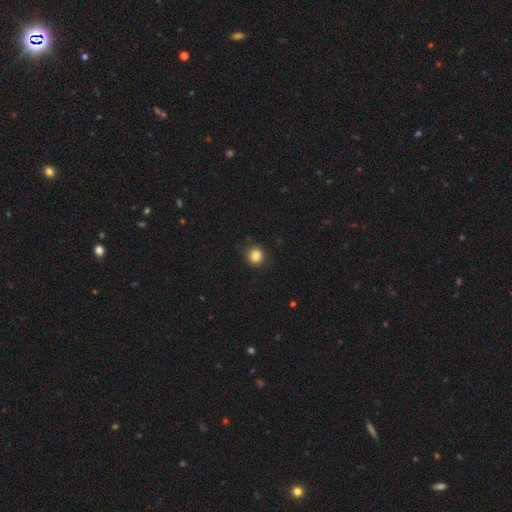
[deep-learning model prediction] Smooth or featured? smooth (86%)
How rounded? round (81%)
Merging? none (83%)